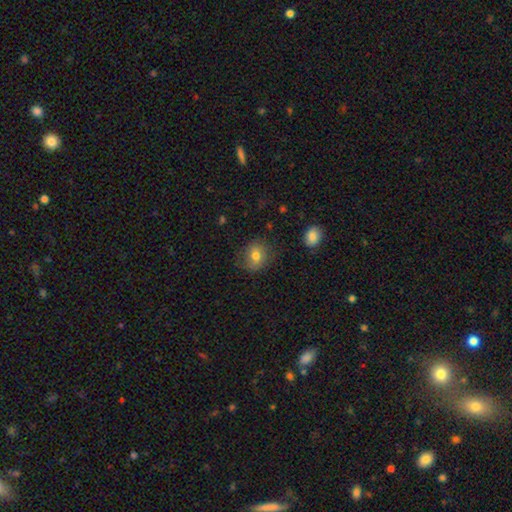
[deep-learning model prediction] smooth 71%, featured or disk 19%, star or artifact 10%. Down the decision tree: how rounded — round (63%); merging — none (72%).